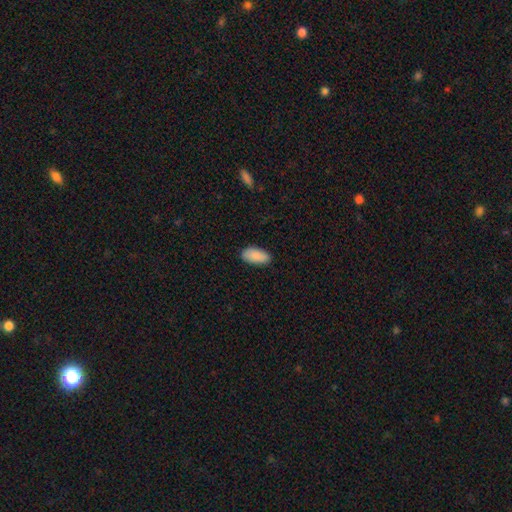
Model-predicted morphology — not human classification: type=smooth (90%); roundness=in between (93%); merging=none (87%).